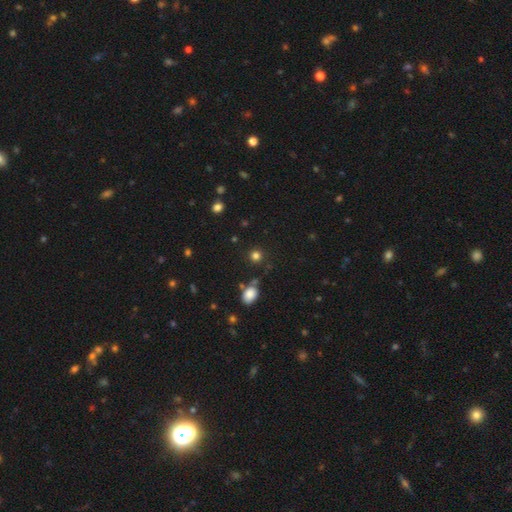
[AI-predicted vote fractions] Q: Smooth or featured?
A: smooth (80%); runner-up: star or artifact (15%)
Q: How rounded?
A: round (89%); runner-up: in between (10%)
Q: Merging?
A: none (83%); runner-up: minor disturbance (8%)